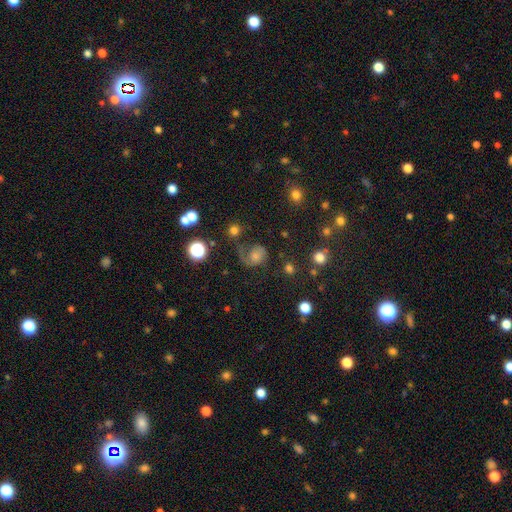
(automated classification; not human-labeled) Smooth or featured? featured or disk (45%)
Merging? none (43%)